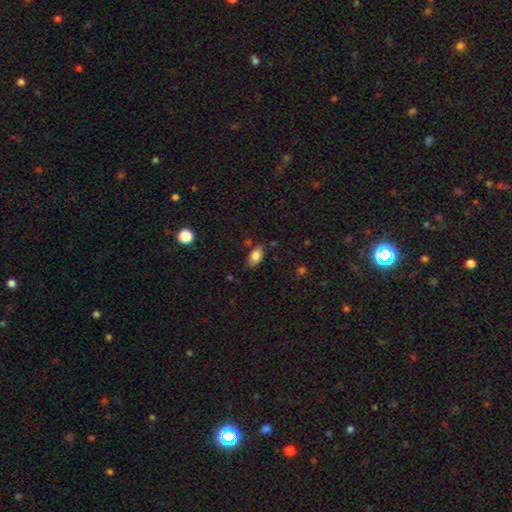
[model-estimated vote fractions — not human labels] Smooth or featured? Predicted: smooth (p=0.83). How rounded? Predicted: in between (p=0.89). Merging? Predicted: none (p=0.71).